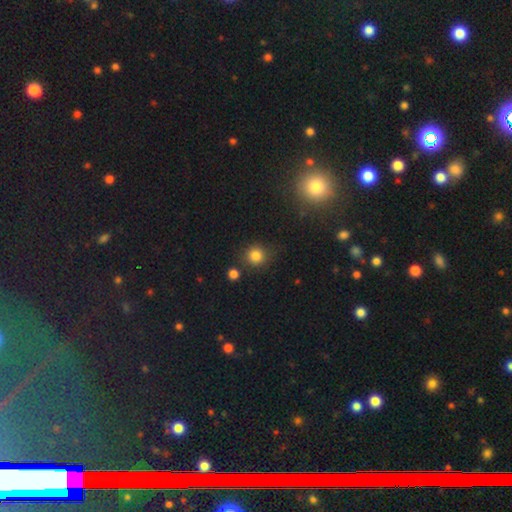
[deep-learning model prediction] This is clearly a smooth galaxy (81%). How rounded: clearly round (90%). Merging: clearly none (81%).